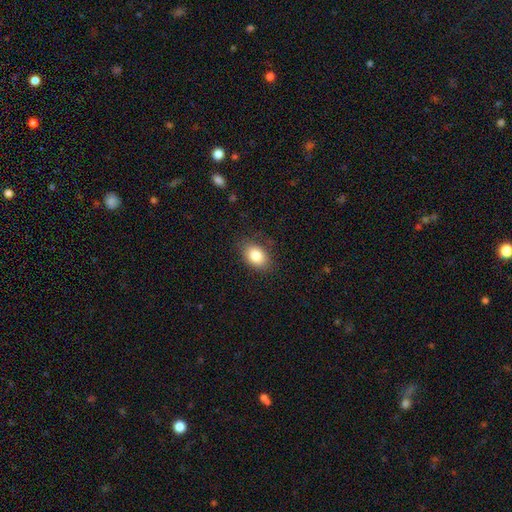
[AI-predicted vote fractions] Smooth or featured? smooth (84%)
How rounded? in between (80%)
Merging? none (83%)